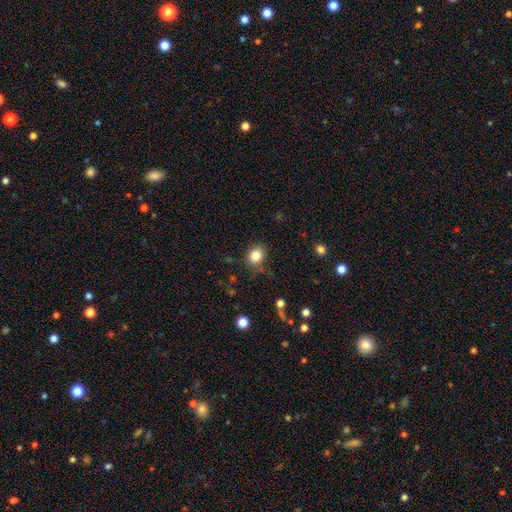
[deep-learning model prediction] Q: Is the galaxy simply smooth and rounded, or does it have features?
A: smooth — 83%.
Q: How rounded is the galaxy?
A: round — 62%.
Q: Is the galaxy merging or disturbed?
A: none — 78%.